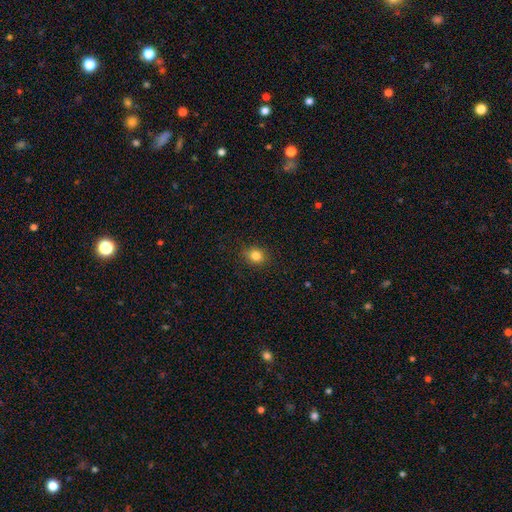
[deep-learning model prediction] A smooth galaxy with no disk features (83%) that is round (69%).

Vote fractions:
- Smooth or featured? smooth: 83% / star or artifact: 12% / featured or disk: 6%
- How rounded? round: 69% / in between: 30% / cigar-shaped: 1%
- Merging? none: 87% / minor disturbance: 9% / major disturbance: 2% / merger: 1%